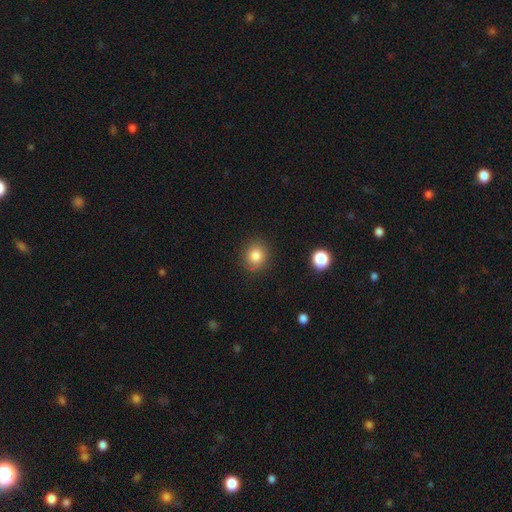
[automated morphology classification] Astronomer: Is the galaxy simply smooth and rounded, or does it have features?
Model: smooth — 83%.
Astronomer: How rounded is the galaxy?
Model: round — 83%.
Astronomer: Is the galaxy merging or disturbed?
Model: none — 86%.